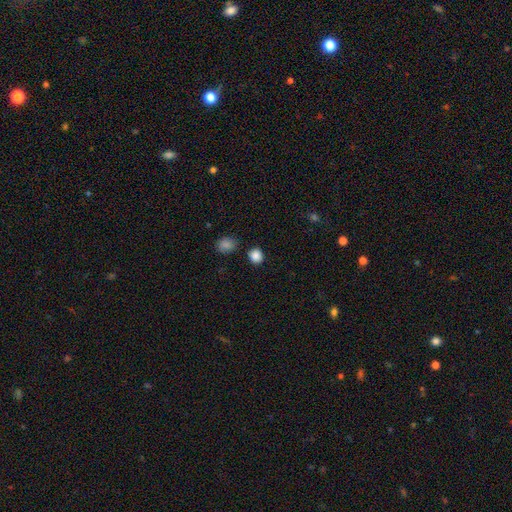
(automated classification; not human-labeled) Morphology: type=smooth (86%); roundness=round (81%); merging=none (83%).